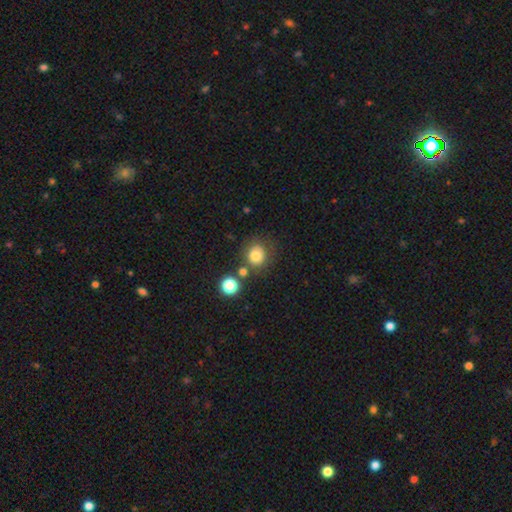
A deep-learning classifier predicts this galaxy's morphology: smooth 80%, star or artifact 12%, featured or disk 9%. Down the decision tree: how rounded — round (81%); merging — none (67%).